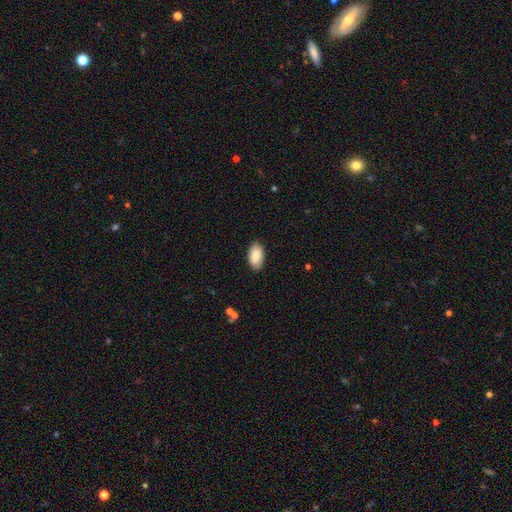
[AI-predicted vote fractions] The model was most divided on "merging": none: 87%, minor disturbance: 10%, major disturbance: 2%, merger: 1%. More confident: how rounded — in between (95%); smooth or featured — smooth (86%).